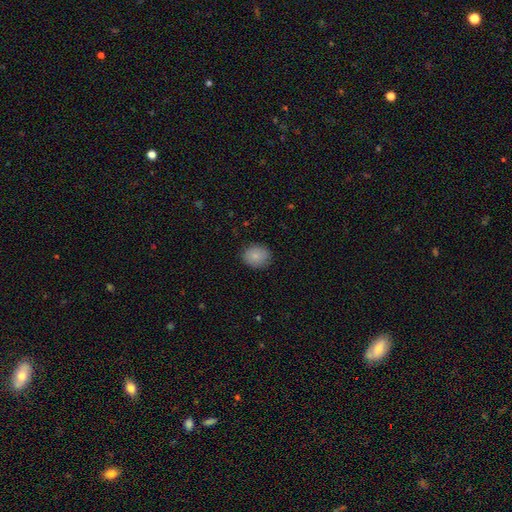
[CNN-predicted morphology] This is clearly a smooth galaxy (85%). How rounded: likely round (63%). Merging: clearly none (86%).